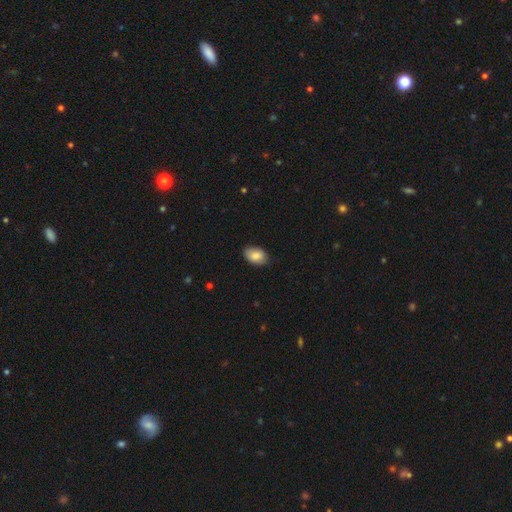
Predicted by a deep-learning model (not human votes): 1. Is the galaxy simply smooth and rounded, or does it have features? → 84% smooth, 9% featured or disk, 7% star or artifact.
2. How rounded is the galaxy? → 87% in between, 11% round, 1% cigar-shaped.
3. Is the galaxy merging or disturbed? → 82% none, 15% minor disturbance, 2% major disturbance, 1% merger.